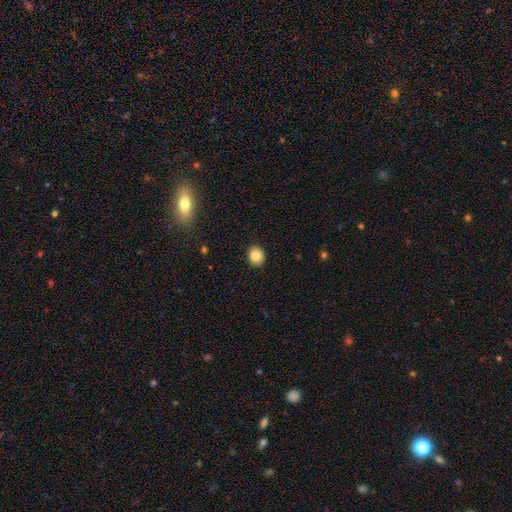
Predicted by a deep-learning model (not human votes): This is clearly a smooth galaxy (83%). How rounded: likely round (69%). Merging: clearly none (90%).